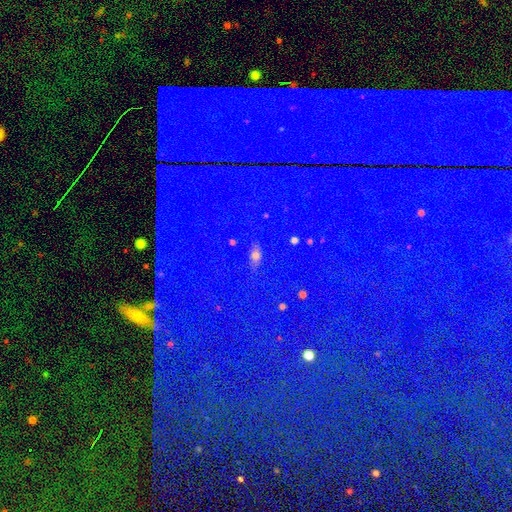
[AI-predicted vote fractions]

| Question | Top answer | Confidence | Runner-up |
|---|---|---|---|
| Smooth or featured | star or artifact | 50% | smooth (31%) |